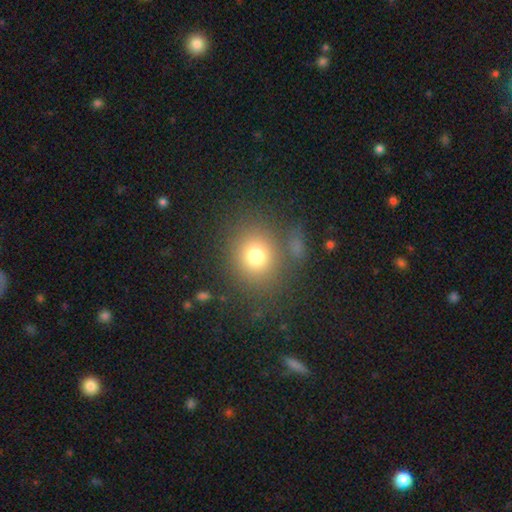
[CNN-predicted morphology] smooth-or-featured: smooth: 76% | star or artifact: 14% | featured or disk: 10%
  how-rounded: round: 78% | in between: 20% | cigar-shaped: 1%
  merging: none: 75% | minor disturbance: 11% | merger: 8% | major disturbance: 6%